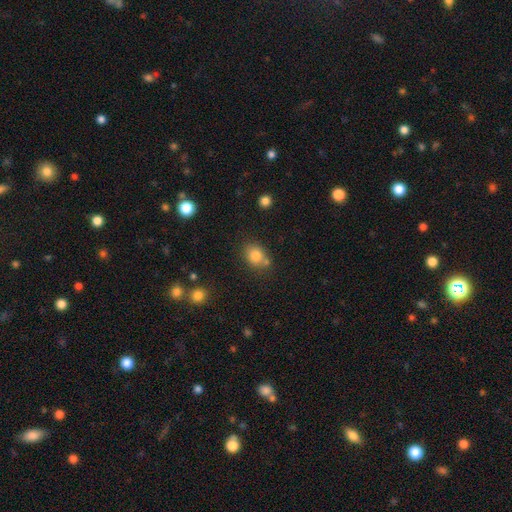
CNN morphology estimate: Smooth or featured? smooth (81%)
How rounded? round (55%)
Merging? none (64%)